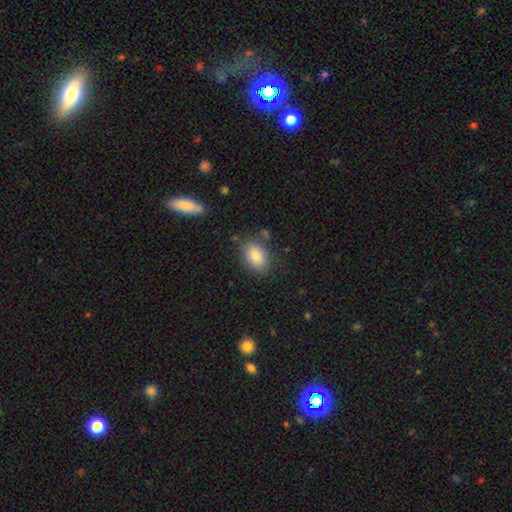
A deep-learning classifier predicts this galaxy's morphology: The model was most divided on "merging": none: 78%, minor disturbance: 14%, merger: 4%, major disturbance: 4%. More confident: how rounded — in between (87%); smooth or featured — smooth (84%).